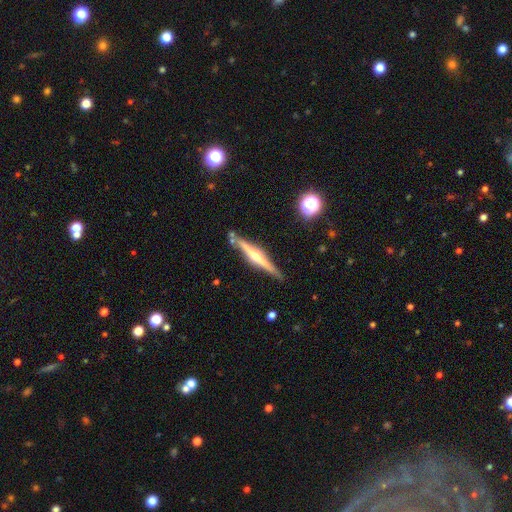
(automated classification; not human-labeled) Overall: featured or disk (73%). Edge-on disk: yes (97%). Edge-on bulge: rounded (84%). Merging: none (84%).